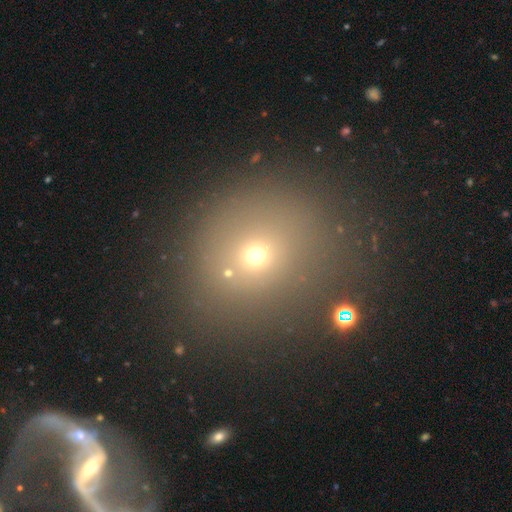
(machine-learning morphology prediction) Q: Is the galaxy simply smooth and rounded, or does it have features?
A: smooth — 61%.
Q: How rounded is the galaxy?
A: round — 82%.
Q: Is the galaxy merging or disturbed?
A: none — 79%.